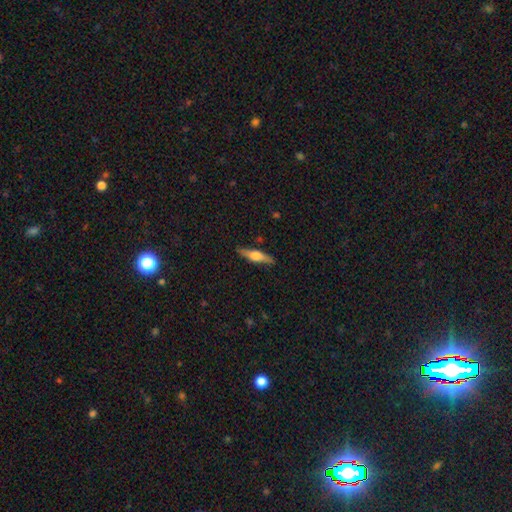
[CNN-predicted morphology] This appears to be a featured or disk galaxy (57%) viewed edge-on (95%) with a rounded central bulge (88%). Merging: none (86%).